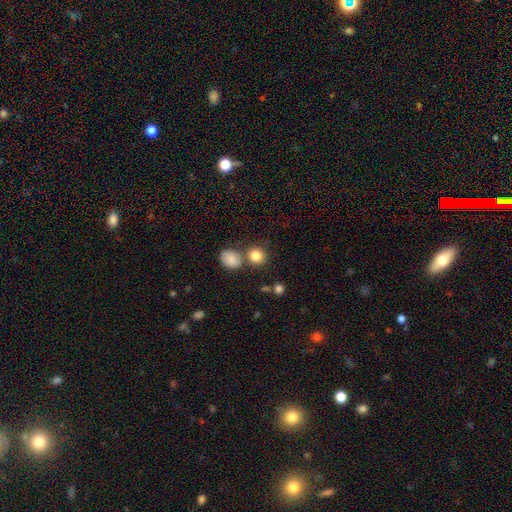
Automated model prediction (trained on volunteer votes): Smooth or featured? Predicted: smooth (p=0.84). How rounded? Predicted: round (p=0.82). Merging? Predicted: none (p=0.65).